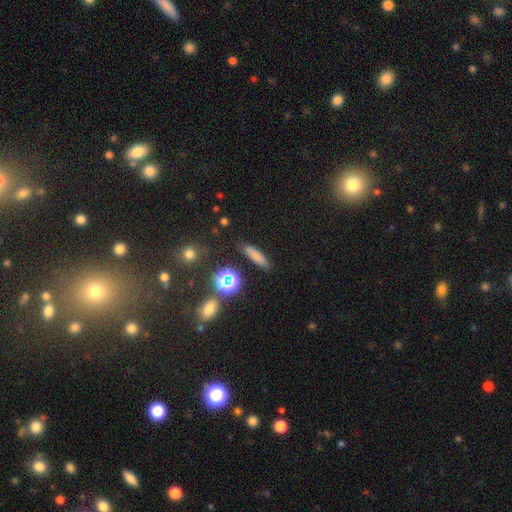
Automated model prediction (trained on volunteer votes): Q: Smooth or featured?
A: smooth (73%); runner-up: star or artifact (17%)
Q: How rounded?
A: cigar-shaped (75%); runner-up: in between (19%)
Q: Merging?
A: none (84%); runner-up: minor disturbance (10%)